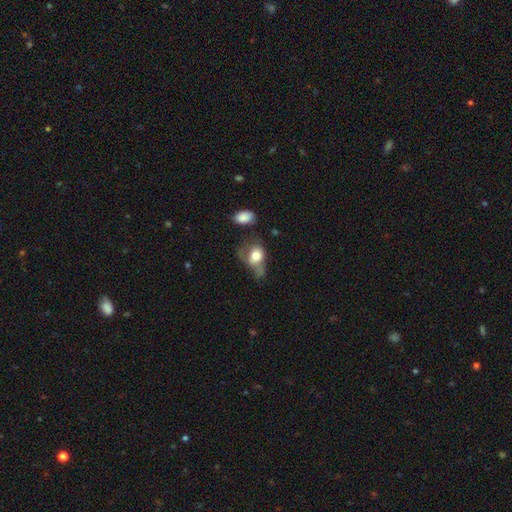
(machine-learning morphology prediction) Q: Smooth or featured?
A: smooth (68%); runner-up: featured or disk (23%)
Q: How rounded?
A: in between (62%); runner-up: round (36%)
Q: Merging?
A: major disturbance (42%); runner-up: minor disturbance (25%)